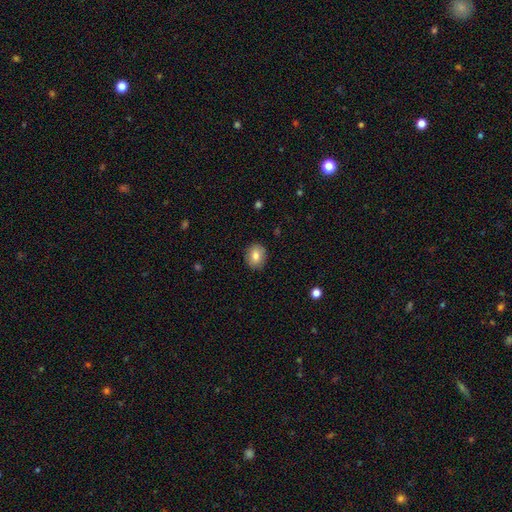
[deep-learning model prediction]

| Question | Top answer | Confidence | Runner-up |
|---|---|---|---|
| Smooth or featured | smooth | 79% | featured or disk (12%) |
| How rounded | round | 60% | in between (39%) |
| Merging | none | 88% | minor disturbance (9%) |